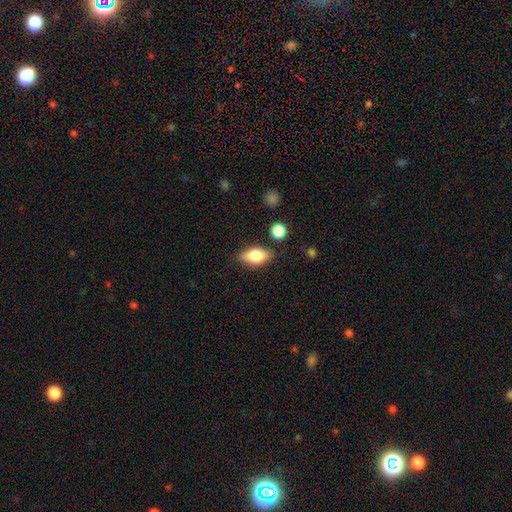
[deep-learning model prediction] Q: Smooth or featured?
A: smooth (79%); runner-up: featured or disk (14%)
Q: How rounded?
A: in between (87%); runner-up: cigar-shaped (7%)
Q: Merging?
A: none (80%); runner-up: minor disturbance (13%)